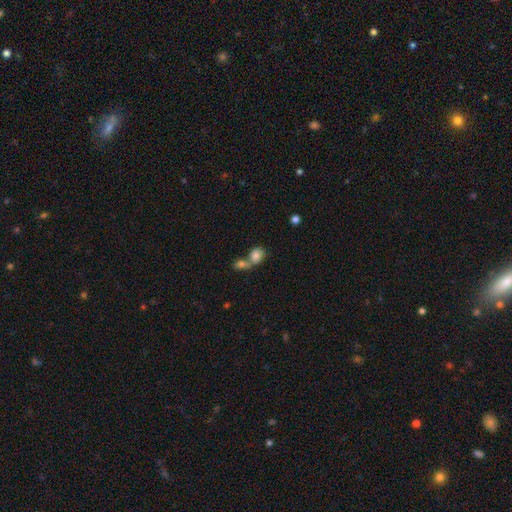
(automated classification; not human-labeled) smooth 81%, featured or disk 10%, star or artifact 9%. Down the decision tree: how rounded — round (51%); merging — merger (62%).